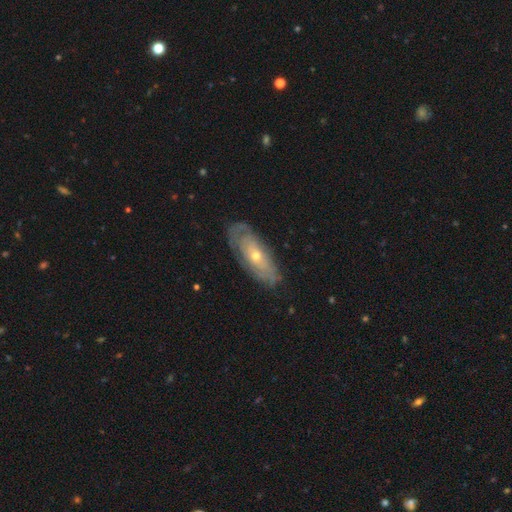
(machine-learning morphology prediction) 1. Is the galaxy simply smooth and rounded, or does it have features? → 69% featured or disk, 25% smooth, 6% star or artifact.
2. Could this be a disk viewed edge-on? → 81% no, 19% yes.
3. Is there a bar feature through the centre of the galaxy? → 82% no, 14% weak, 3% strong.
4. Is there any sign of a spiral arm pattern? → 65% yes, 35% no.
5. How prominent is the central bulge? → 56% small, 41% moderate, 1% large, 1% none, 1% dominant.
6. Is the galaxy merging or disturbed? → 75% none, 19% minor disturbance, 6% major disturbance, 1% merger.